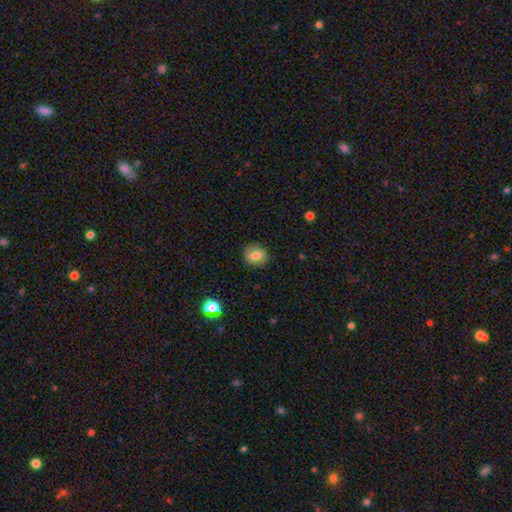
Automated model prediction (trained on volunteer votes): Morphology: type=smooth (78%); roundness=round (65%); merging=none (83%).